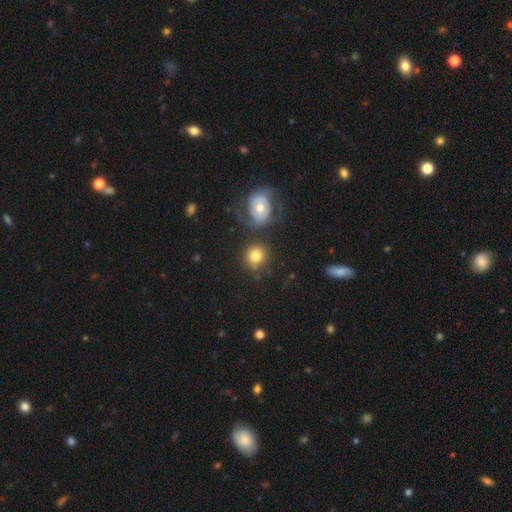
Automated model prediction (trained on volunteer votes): smooth_or_featured: smooth (p=0.76) [alt: featured or disk p=0.15]
how_rounded: round (p=0.86) [alt: in between p=0.13]
merging: none (p=0.65) [alt: merger p=0.16]